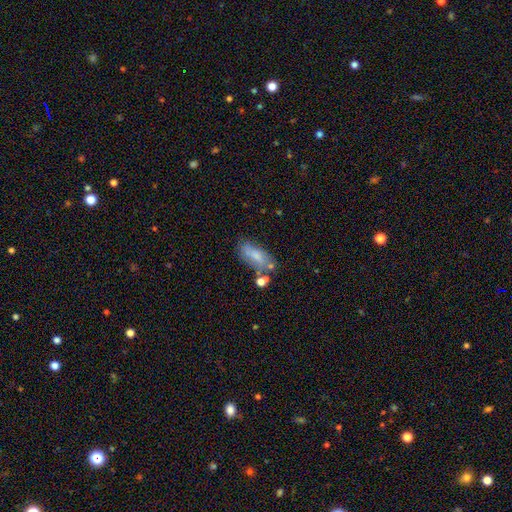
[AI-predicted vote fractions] Smooth or featured?
  - smooth: 66% *
  - featured or disk: 25%
  - star or artifact: 9%
How rounded?
  - in between: 77% *
  - cigar-shaped: 20%
  - round: 3%
Merging?
  - none: 50% *
  - minor disturbance: 25%
  - merger: 14%
  - major disturbance: 11%